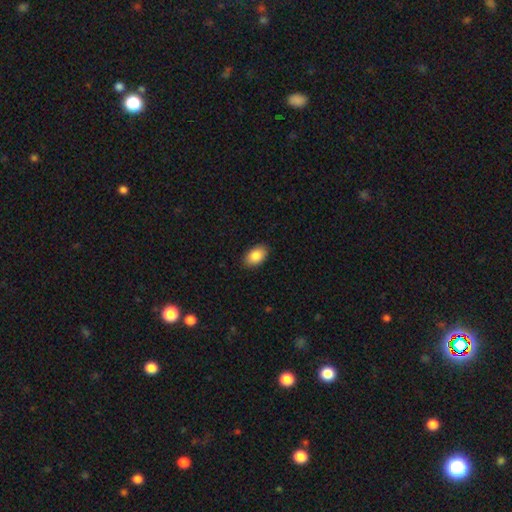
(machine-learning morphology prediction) This is clearly a smooth galaxy (87%). How rounded: clearly in between (91%). Merging: clearly none (89%).